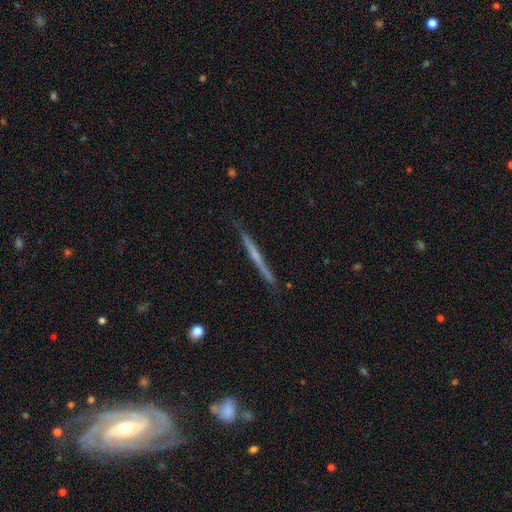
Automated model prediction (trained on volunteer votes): Q: Smooth or featured?
A: featured or disk (60%); runner-up: smooth (34%)
Q: Edge-on disk?
A: yes (97%); runner-up: no (3%)
Q: Edge-on bulge?
A: none (73%); runner-up: rounded (21%)
Q: Merging?
A: none (86%); runner-up: minor disturbance (11%)